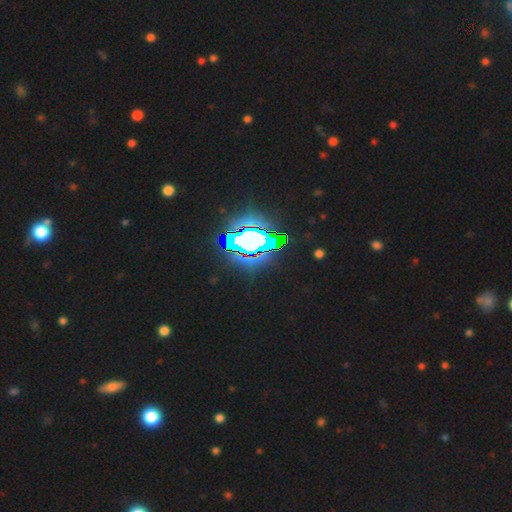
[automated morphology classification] smooth_or_featured: star or artifact (p=0.83) [alt: smooth p=0.08]